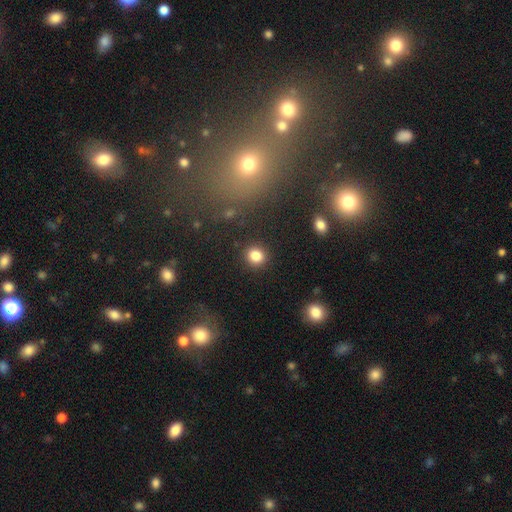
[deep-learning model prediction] A smooth galaxy with no disk features (84%) that is round (81%). Merging: none (89%).